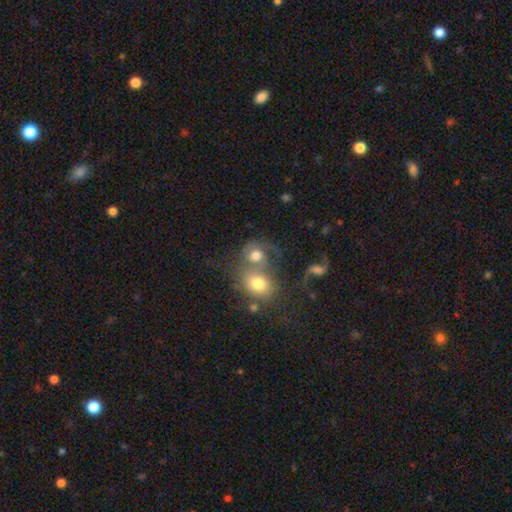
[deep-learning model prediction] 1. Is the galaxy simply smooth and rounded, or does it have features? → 58% smooth, 30% featured or disk, 12% star or artifact.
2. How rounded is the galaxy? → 62% round, 37% in between, 1% cigar-shaped.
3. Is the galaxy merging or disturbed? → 63% merger, 19% none, 10% major disturbance, 8% minor disturbance.